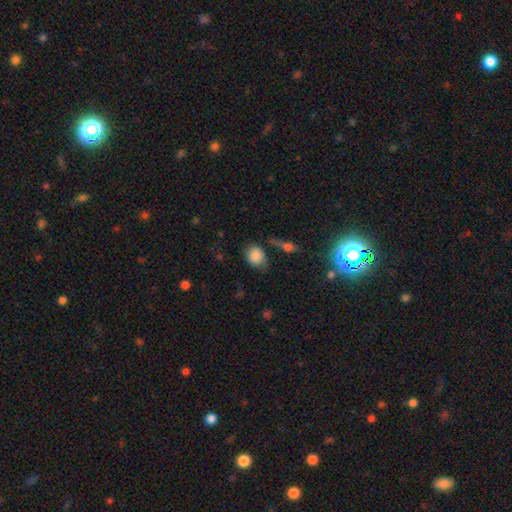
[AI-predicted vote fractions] smooth_or_featured: smooth (p=0.83) [alt: star or artifact p=0.09]
how_rounded: round (p=0.50) [alt: in between p=0.48]
merging: none (p=0.64) [alt: minor disturbance p=0.22]